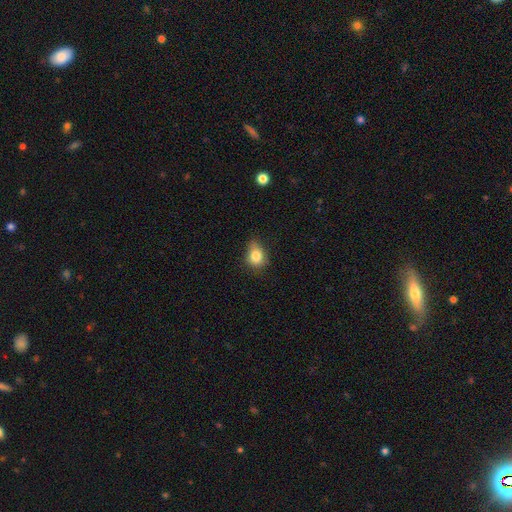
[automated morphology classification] This appears to be a smooth galaxy with no disk features (81%) that is round (52%). Merging: none (55%).